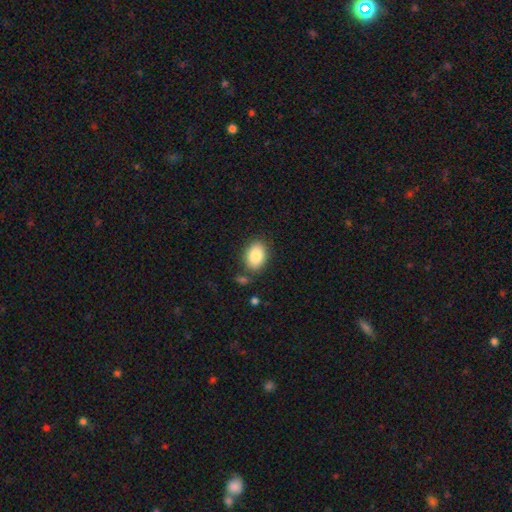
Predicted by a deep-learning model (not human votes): smooth_or_featured: smooth (p=0.85) [alt: featured or disk p=0.08]
how_rounded: in between (p=0.81) [alt: round p=0.18]
merging: none (p=0.80) [alt: minor disturbance p=0.12]